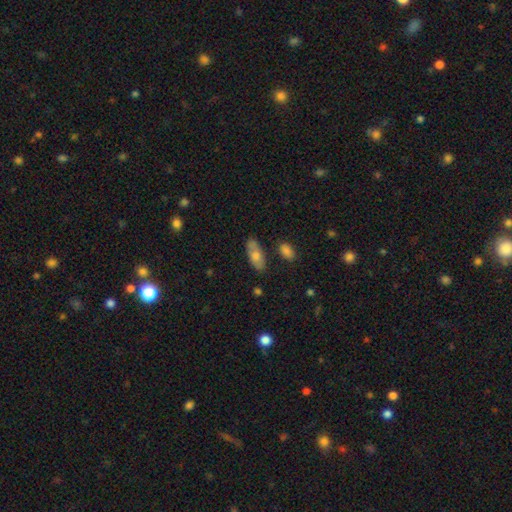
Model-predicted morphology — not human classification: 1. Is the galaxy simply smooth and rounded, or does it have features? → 65% smooth, 28% featured or disk, 7% star or artifact.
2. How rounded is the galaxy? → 81% in between, 16% cigar-shaped, 3% round.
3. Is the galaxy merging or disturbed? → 75% none, 16% minor disturbance, 6% merger, 3% major disturbance.